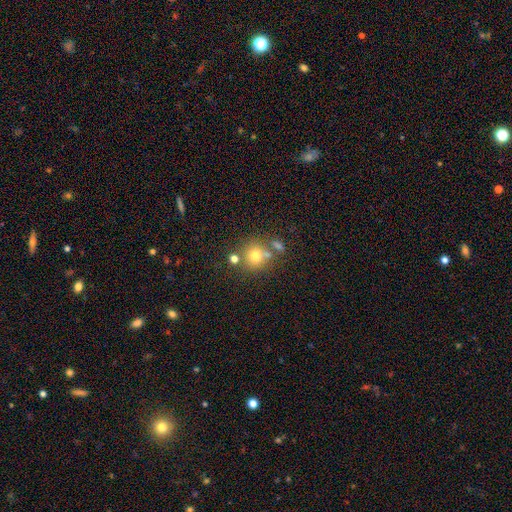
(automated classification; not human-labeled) smooth 72%, star or artifact 15%, featured or disk 13%. Down the decision tree: how rounded — round (89%); merging — none (65%).